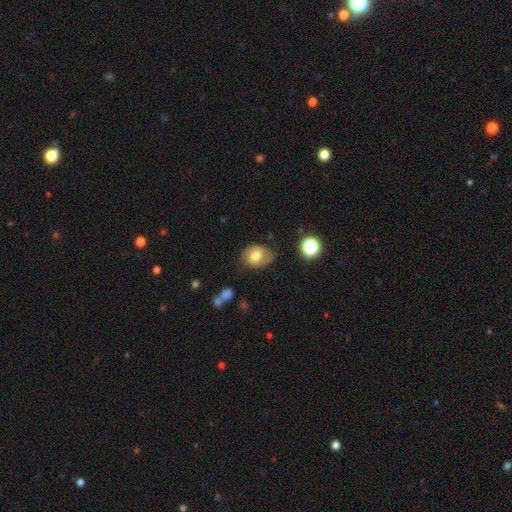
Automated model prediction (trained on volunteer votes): The model was most divided on "how rounded": in between: 58%, round: 41%, cigar-shaped: 1%. More confident: merging — none (69%); smooth or featured — smooth (65%).